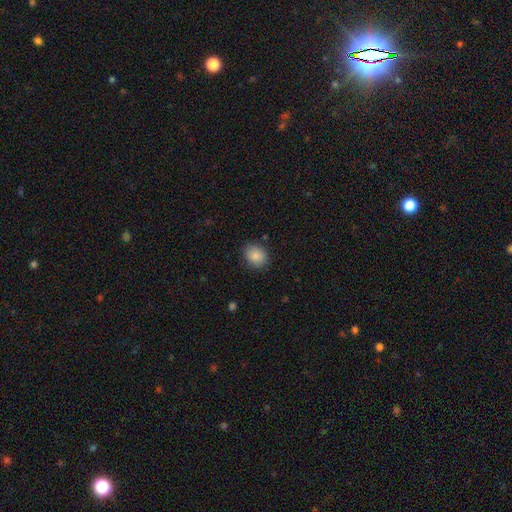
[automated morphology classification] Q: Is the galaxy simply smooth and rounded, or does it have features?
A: smooth — 85%.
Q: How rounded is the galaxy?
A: round — 61%.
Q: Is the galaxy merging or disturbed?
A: none — 84%.